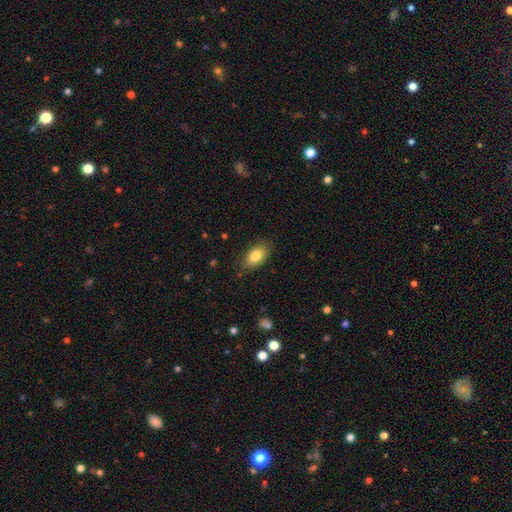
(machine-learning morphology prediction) Smooth or featured?
  - smooth: 82% *
  - featured or disk: 11%
  - star or artifact: 7%
How rounded?
  - in between: 91% *
  - round: 7%
  - cigar-shaped: 2%
Merging?
  - none: 82% *
  - minor disturbance: 14%
  - major disturbance: 3%
  - merger: 1%